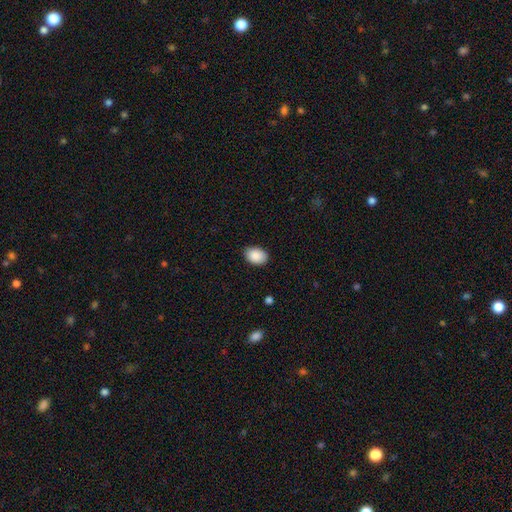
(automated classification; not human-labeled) Smooth or featured? smooth (90%)
How rounded? in between (81%)
Merging? none (87%)